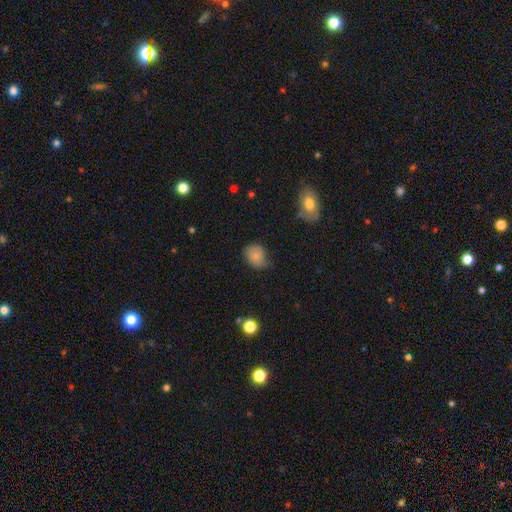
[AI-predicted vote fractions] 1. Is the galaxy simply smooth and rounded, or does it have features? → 80% smooth, 10% featured or disk, 10% star or artifact.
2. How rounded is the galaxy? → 50% round, 49% in between, 1% cigar-shaped.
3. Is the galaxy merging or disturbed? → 51% none, 38% minor disturbance, 9% major disturbance, 2% merger.